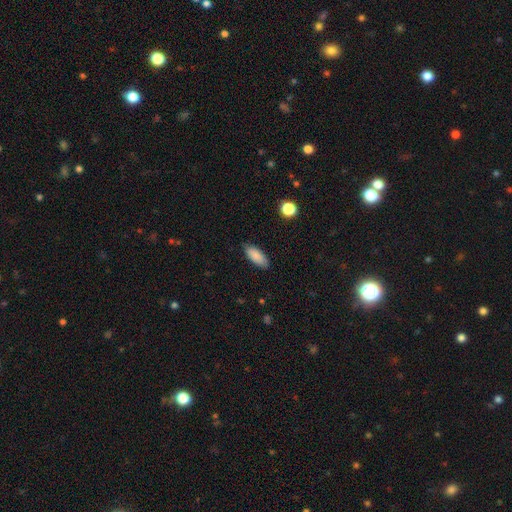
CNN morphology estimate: A smooth galaxy with no disk features (87%) that is in between round and cigar-shaped (82%). Merging: none (84%).